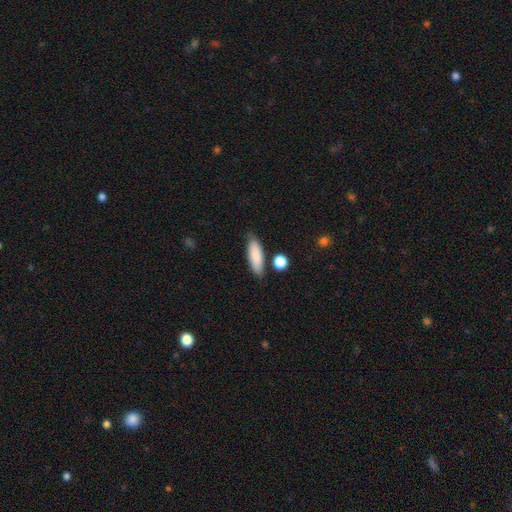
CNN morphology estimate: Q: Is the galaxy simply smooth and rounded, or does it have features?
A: smooth — 86%.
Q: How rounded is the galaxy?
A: in between — 57%.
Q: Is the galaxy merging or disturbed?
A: none — 77%.